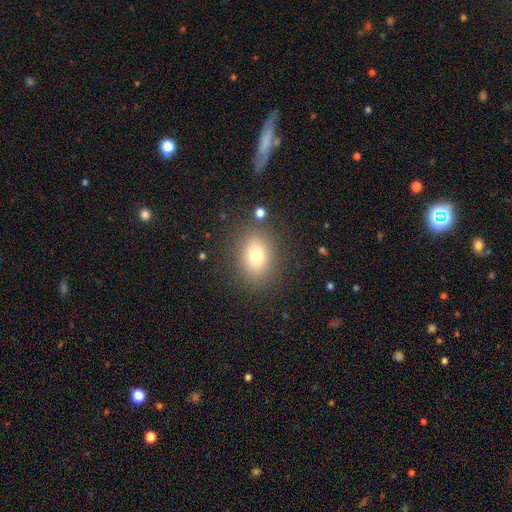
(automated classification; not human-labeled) Smooth or featured? smooth (75%)
How rounded? in between (63%)
Merging? none (84%)